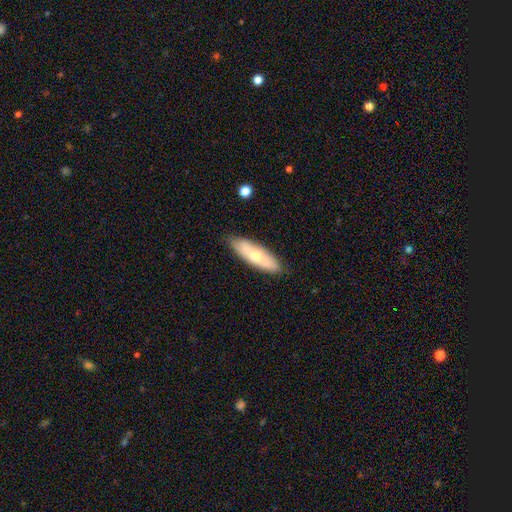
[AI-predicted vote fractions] Smooth or featured?
  - smooth: 59% *
  - featured or disk: 35%
  - star or artifact: 6%
How rounded?
  - in between: 51% *
  - cigar-shaped: 47%
  - round: 2%
Merging?
  - none: 83% *
  - minor disturbance: 13%
  - major disturbance: 2%
  - merger: 1%